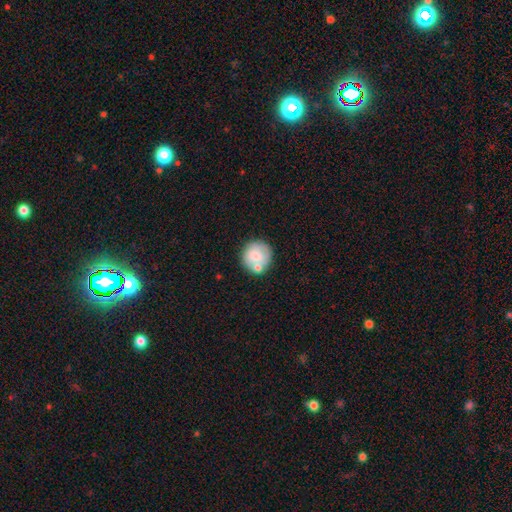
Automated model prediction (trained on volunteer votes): Smooth or featured?
  - smooth: 74% *
  - featured or disk: 19%
  - star or artifact: 7%
How rounded?
  - round: 91% *
  - in between: 8%
  - cigar-shaped: 1%
Merging?
  - none: 64% *
  - merger: 18%
  - minor disturbance: 14%
  - major disturbance: 4%